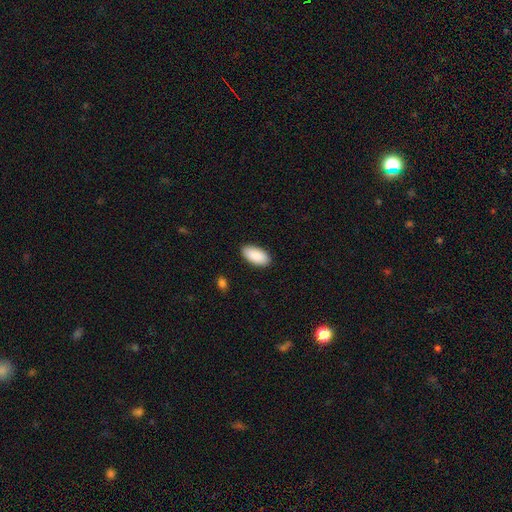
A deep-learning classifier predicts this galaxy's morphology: This is clearly a smooth galaxy (91%). How rounded: clearly in between (95%). Merging: clearly none (89%).